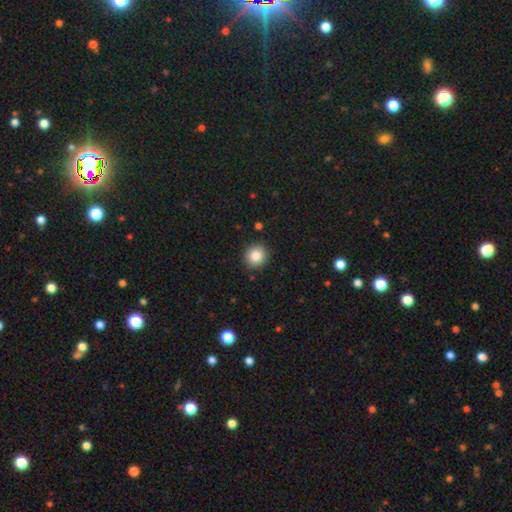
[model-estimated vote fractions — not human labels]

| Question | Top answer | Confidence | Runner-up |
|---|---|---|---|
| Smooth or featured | smooth | 86% | star or artifact (9%) |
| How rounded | round | 91% | in between (8%) |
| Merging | none | 91% | minor disturbance (6%) |